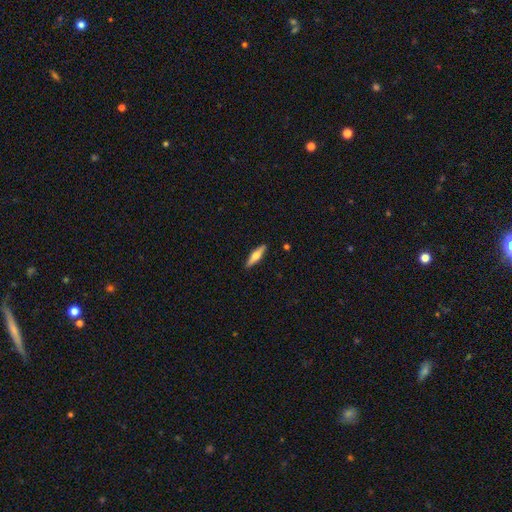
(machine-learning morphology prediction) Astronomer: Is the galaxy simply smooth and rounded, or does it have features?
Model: featured or disk — 48% (runner-up: smooth, 46%).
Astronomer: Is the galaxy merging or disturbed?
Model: none — 90%.